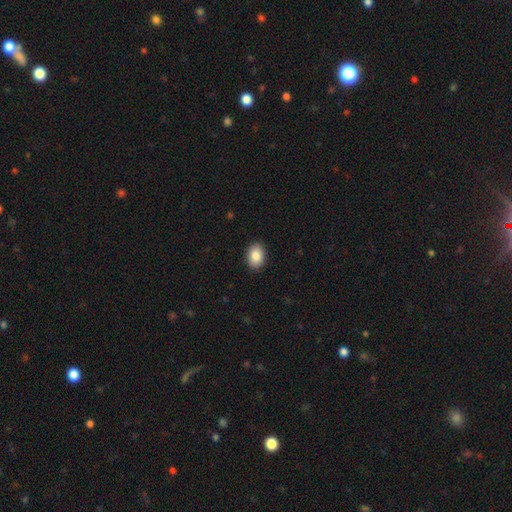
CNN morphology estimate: This appears to be a smooth galaxy with no disk features (87%) that is in between round and cigar-shaped (81%). Merging: none (90%).